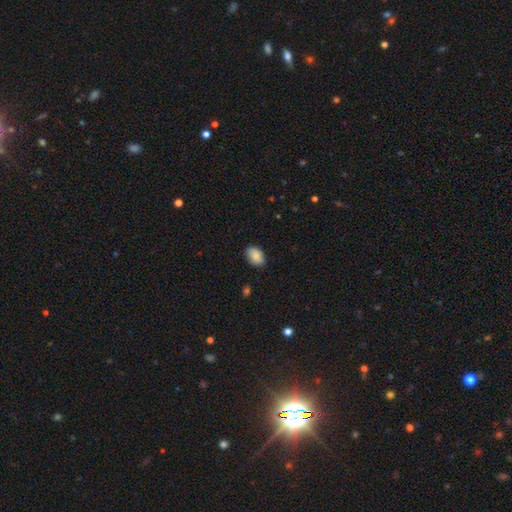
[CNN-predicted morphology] Q: Smooth or featured?
A: smooth (88%); runner-up: star or artifact (7%)
Q: How rounded?
A: in between (85%); runner-up: round (14%)
Q: Merging?
A: none (84%); runner-up: minor disturbance (12%)